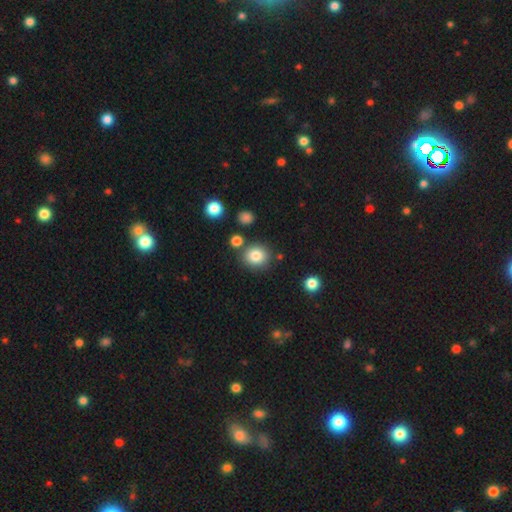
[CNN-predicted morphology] type=smooth (82%); roundness=round (83%); merging=none (81%).